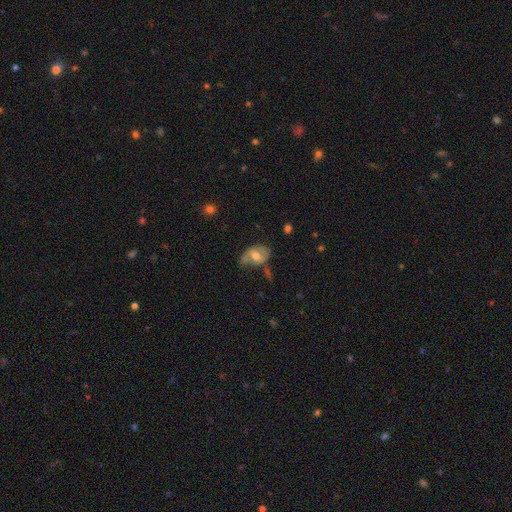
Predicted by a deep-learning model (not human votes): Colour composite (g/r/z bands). It shows a featured or disk galaxy (47%). Merging: none (43%).